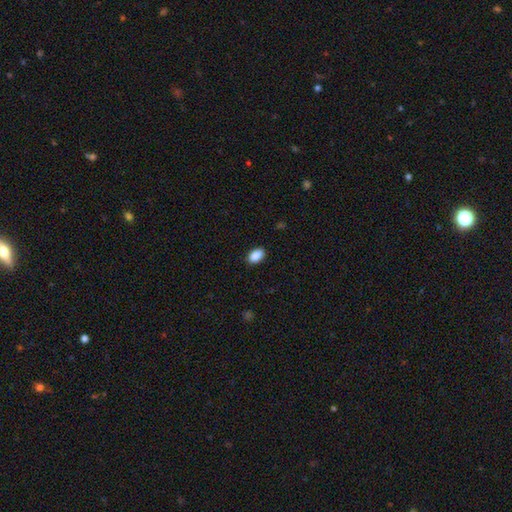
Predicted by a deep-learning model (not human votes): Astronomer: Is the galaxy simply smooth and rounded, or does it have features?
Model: smooth — 90%.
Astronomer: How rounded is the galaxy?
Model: in between — 89%.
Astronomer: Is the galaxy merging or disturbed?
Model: none — 89%.